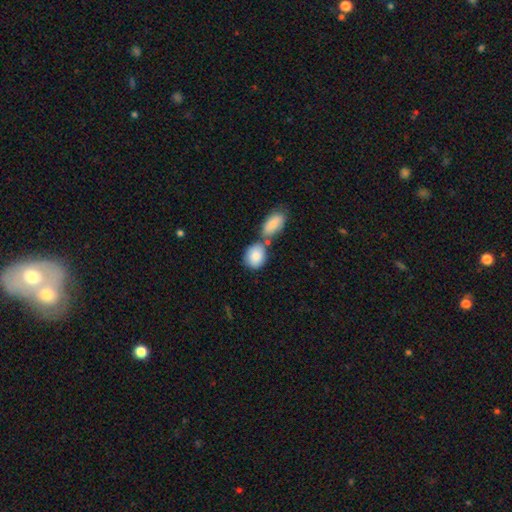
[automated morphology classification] Q: Smooth or featured?
A: smooth (86%); runner-up: featured or disk (8%)
Q: How rounded?
A: round (50%); runner-up: in between (48%)
Q: Merging?
A: none (44%); runner-up: merger (41%)